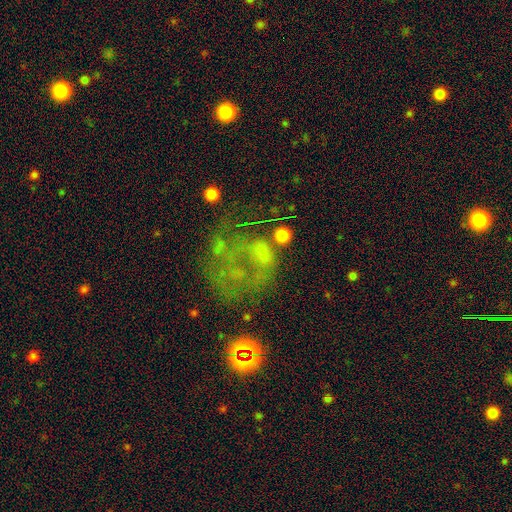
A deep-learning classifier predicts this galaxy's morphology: A featured or disk galaxy (44%). Merging: major disturbance (39%).